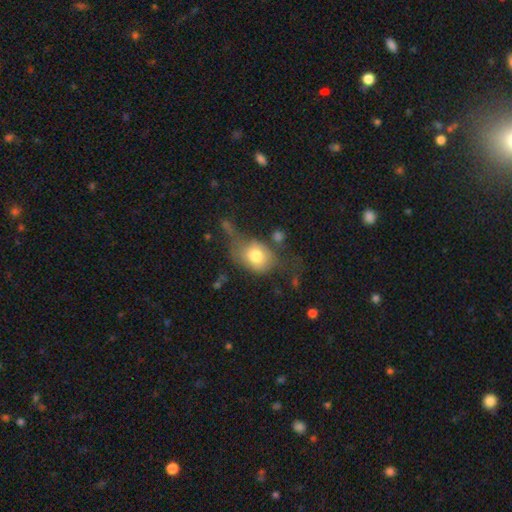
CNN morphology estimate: smooth_or_featured: smooth (p=0.71) [alt: featured or disk p=0.20]
how_rounded: in between (p=0.58) [alt: round p=0.40]
merging: none (p=0.33) [alt: major disturbance p=0.32]